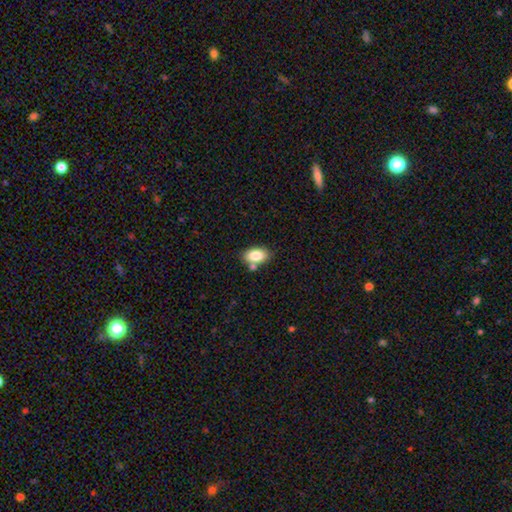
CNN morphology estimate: Smooth or featured: smooth — 83% (featured or disk — 9%)
How rounded: in between — 91% (round — 8%)
Merging: none — 66% (merger — 17%)